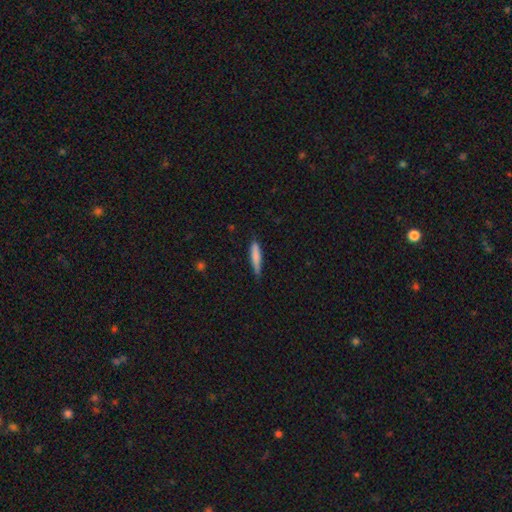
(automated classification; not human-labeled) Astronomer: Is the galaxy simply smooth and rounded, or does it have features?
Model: smooth — 78%.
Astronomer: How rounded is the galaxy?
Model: cigar-shaped — 86%.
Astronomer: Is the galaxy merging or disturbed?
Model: none — 75%.